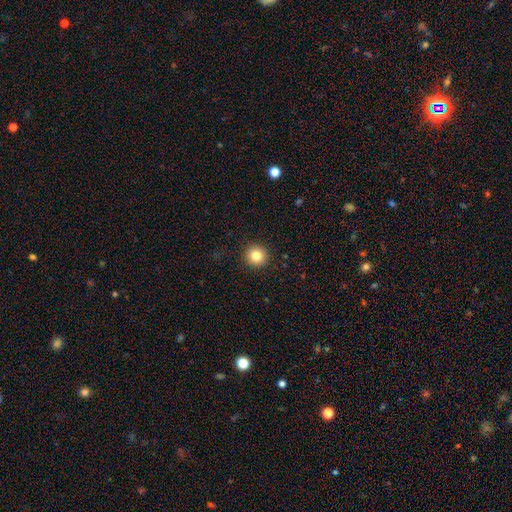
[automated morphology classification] Smooth or featured: smooth — 83% (star or artifact — 11%)
How rounded: round — 94% (in between — 5%)
Merging: none — 93% (minor disturbance — 5%)